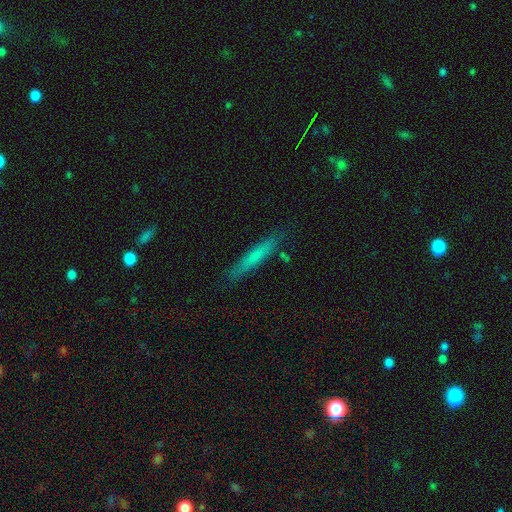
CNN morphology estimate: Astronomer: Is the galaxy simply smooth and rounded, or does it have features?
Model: smooth — 64%.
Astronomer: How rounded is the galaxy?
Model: cigar-shaped — 94%.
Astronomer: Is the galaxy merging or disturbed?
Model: none — 86%.